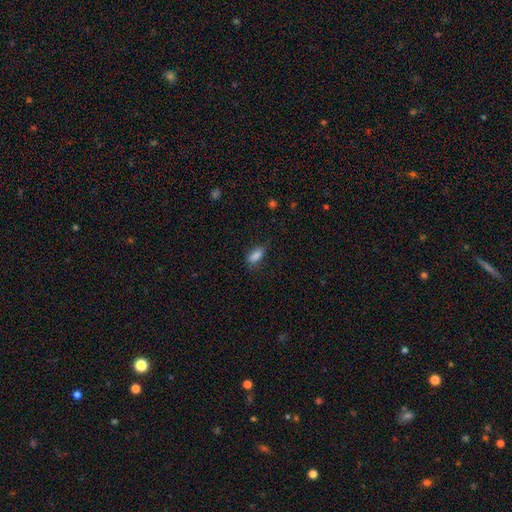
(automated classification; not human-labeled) The model was most divided on "merging": none: 68%, minor disturbance: 24%, major disturbance: 7%, merger: 1%. More confident: smooth or featured — smooth (85%); how rounded — in between (85%).